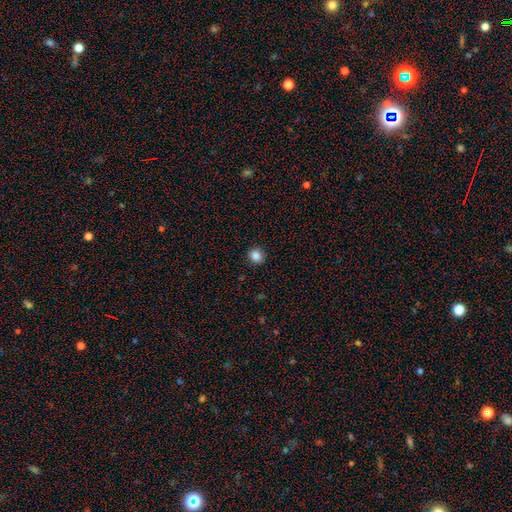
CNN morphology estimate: smooth 85%, star or artifact 11%, featured or disk 4%. Down the decision tree: how rounded — round (83%); merging — none (90%).